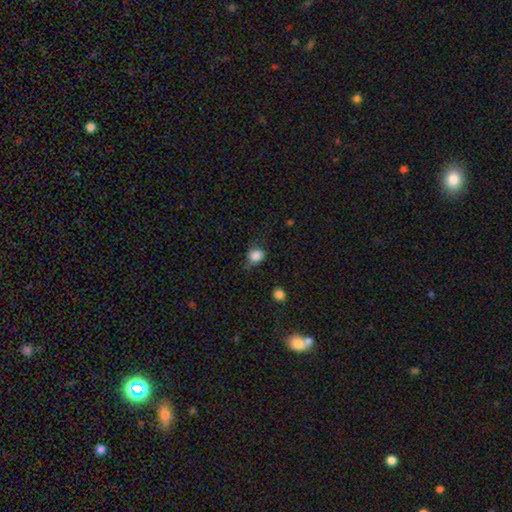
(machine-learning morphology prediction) smooth 84%, star or artifact 10%, featured or disk 6%. Down the decision tree: how rounded — round (59%); merging — none (53%).